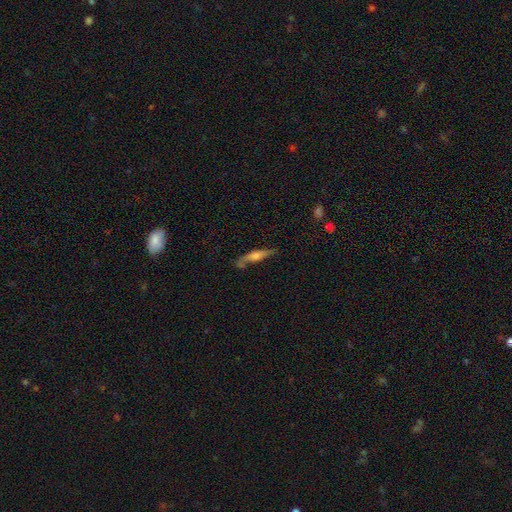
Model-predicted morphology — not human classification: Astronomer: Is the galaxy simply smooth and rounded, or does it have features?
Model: featured or disk — 63%.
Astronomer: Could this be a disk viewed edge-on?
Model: yes — 86%.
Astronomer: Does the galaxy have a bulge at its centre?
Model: rounded — 79%.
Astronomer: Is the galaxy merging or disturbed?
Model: none — 68%.